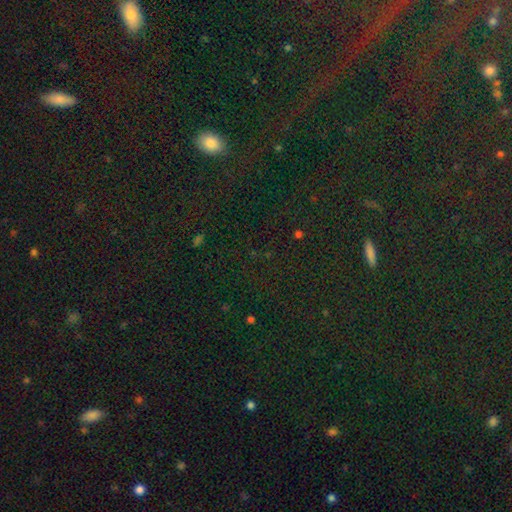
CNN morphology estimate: The model was most divided on "smooth or featured": star or artifact: 72%, smooth: 19%, featured or disk: 9%.